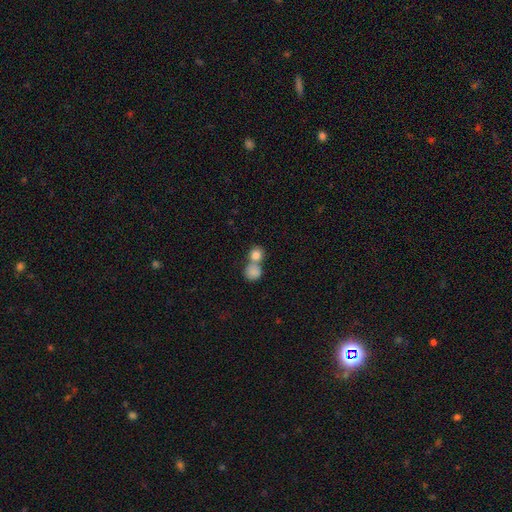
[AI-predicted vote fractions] A smooth galaxy with no disk features (84%) that is round (84%).

Vote fractions:
- Smooth or featured? smooth: 84% / star or artifact: 9% / featured or disk: 8%
- How rounded? round: 84% / in between: 15% / cigar-shaped: 1%
- Merging? merger: 55% / none: 36% / minor disturbance: 6% / major disturbance: 3%